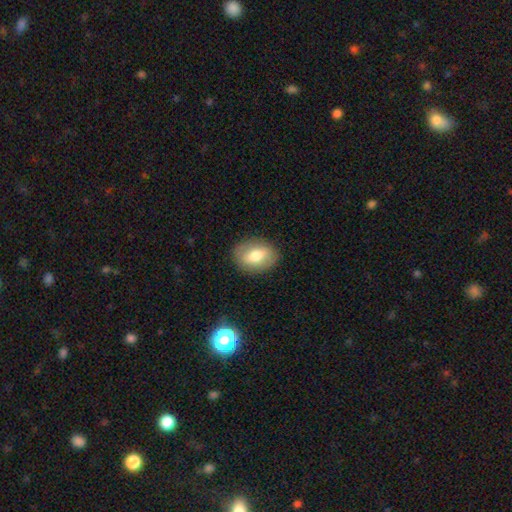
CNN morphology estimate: Smooth or featured? smooth (70%)
How rounded? in between (72%)
Merging? none (86%)